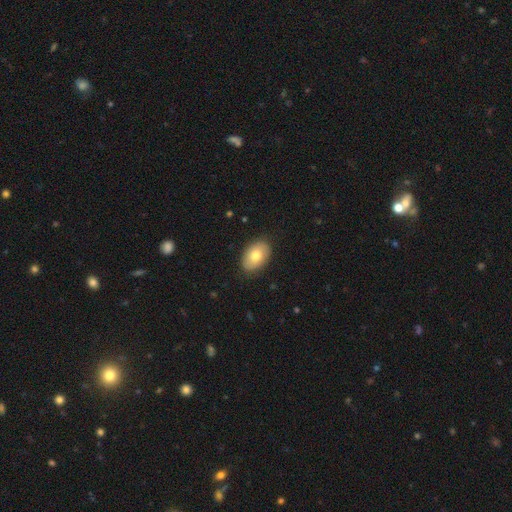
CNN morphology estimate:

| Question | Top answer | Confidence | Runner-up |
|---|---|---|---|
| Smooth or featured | smooth | 76% | featured or disk (17%) |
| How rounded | in between | 88% | round (11%) |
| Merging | none | 86% | minor disturbance (11%) |